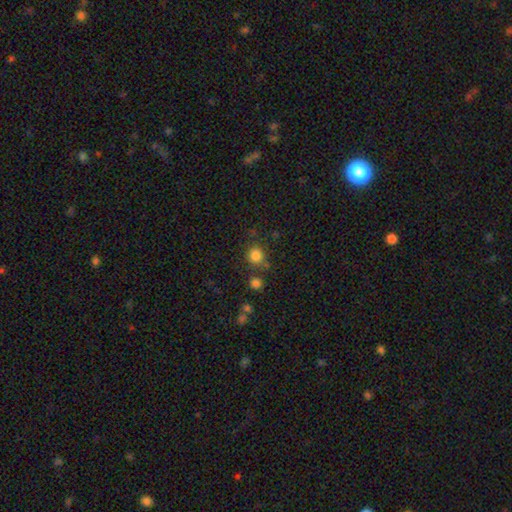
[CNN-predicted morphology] A smooth galaxy with no disk features (83%) that is round (89%).

Vote fractions:
- Smooth or featured? smooth: 83% / star or artifact: 12% / featured or disk: 5%
- How rounded? round: 89% / in between: 10% / cigar-shaped: 1%
- Merging? none: 75% / minor disturbance: 11% / merger: 10% / major disturbance: 4%